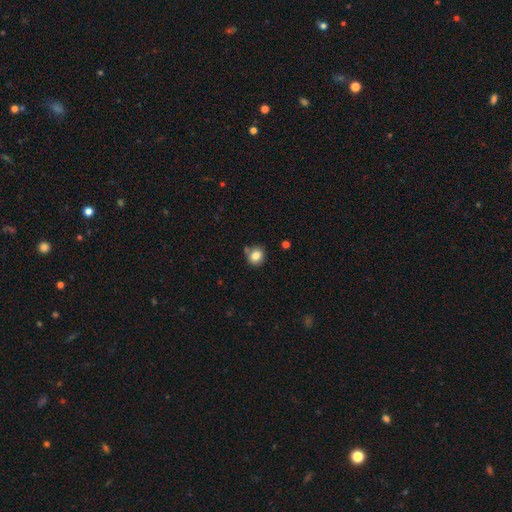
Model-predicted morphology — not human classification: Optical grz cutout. It shows a smooth galaxy with no disk features (82%) that is round (79%). Merging: none (76%).